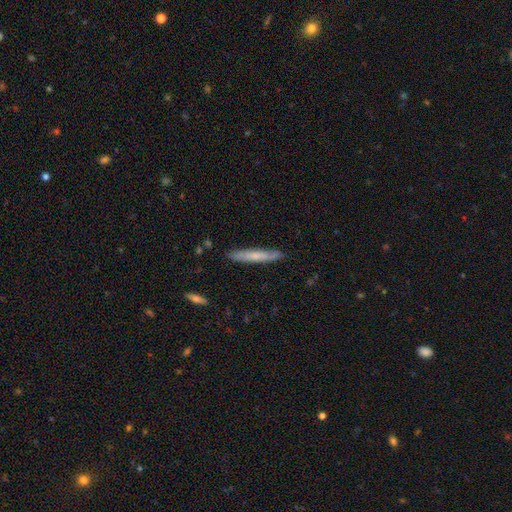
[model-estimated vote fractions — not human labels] Smooth or featured?
  - smooth: 62% *
  - featured or disk: 32%
  - star or artifact: 6%
How rounded?
  - cigar-shaped: 95% *
  - in between: 4%
  - round: 1%
Merging?
  - none: 86% *
  - minor disturbance: 11%
  - major disturbance: 2%
  - merger: 1%